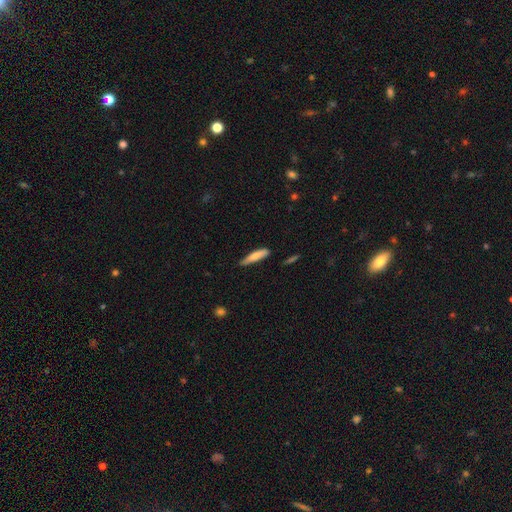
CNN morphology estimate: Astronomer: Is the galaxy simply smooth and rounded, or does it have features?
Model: smooth — 73%.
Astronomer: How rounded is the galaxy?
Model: cigar-shaped — 83%.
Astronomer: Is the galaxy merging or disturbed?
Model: none — 75%.